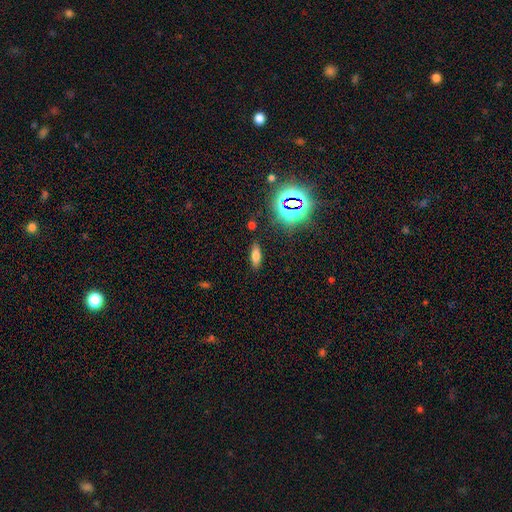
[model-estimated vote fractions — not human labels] smooth 67%, star or artifact 18%, featured or disk 14%. Down the decision tree: how rounded — in between (69%); merging — none (85%).